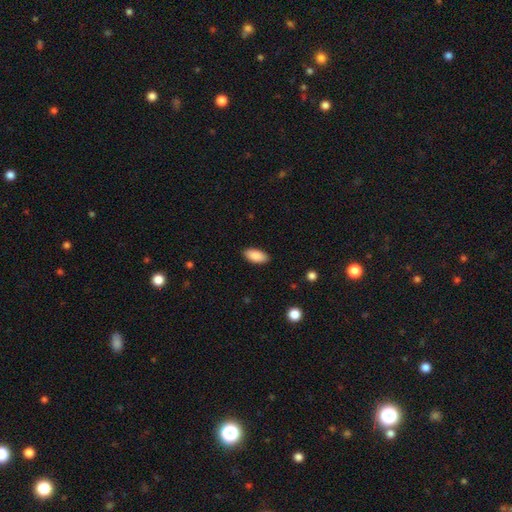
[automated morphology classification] Smooth or featured? Predicted: smooth (p=0.89). How rounded? Predicted: in between (p=0.92). Merging? Predicted: none (p=0.88).